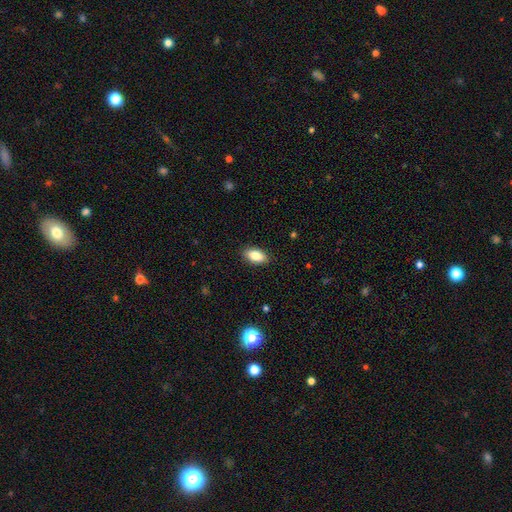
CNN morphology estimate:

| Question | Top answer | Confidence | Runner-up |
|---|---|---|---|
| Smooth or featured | smooth | 84% | featured or disk (8%) |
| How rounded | in between | 91% | cigar-shaped (5%) |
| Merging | none | 88% | minor disturbance (9%) |